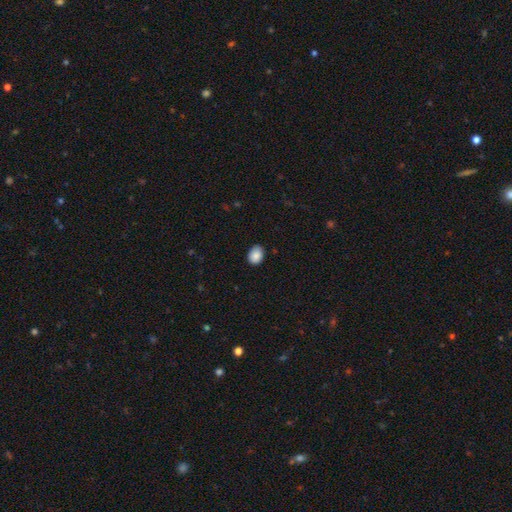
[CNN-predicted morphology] Overall: smooth (88%). How rounded: in between (62%; round 38%). Merging: none (84%).